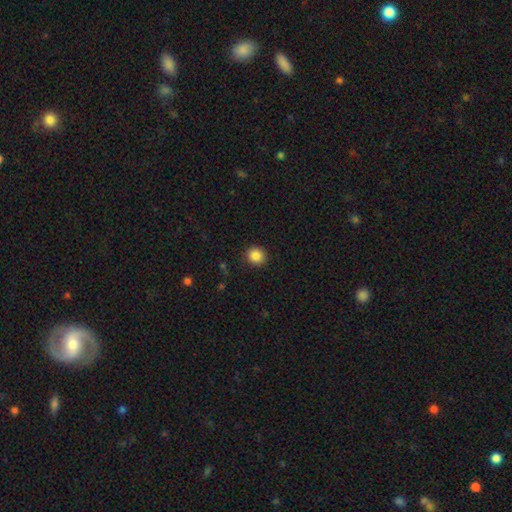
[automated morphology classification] A smooth galaxy with no disk features (86%) that is round (86%).

Vote fractions:
- Smooth or featured? smooth: 86% / star or artifact: 10% / featured or disk: 4%
- How rounded? round: 86% / in between: 13% / cigar-shaped: 1%
- Merging? none: 90% / minor disturbance: 7% / major disturbance: 2% / merger: 1%